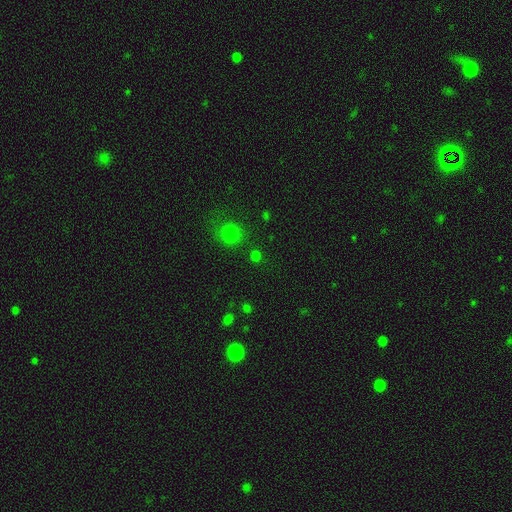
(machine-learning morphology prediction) The model was most divided on "smooth or featured": smooth: 66%, star or artifact: 29%, featured or disk: 5%. More confident: how rounded — round (85%); merging — none (81%).